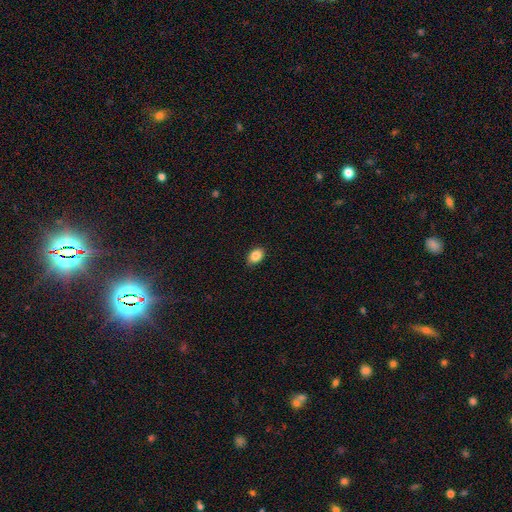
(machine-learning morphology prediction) smooth-or-featured: smooth: 87% | star or artifact: 8% | featured or disk: 5%
  how-rounded: in between: 83% | round: 16% | cigar-shaped: 1%
  merging: none: 87% | minor disturbance: 10% | major disturbance: 2% | merger: 1%